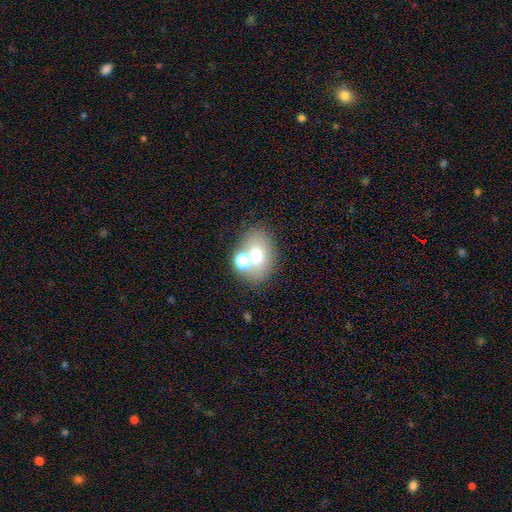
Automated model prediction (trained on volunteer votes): This is likely a smooth galaxy (64%). How rounded: likely in between (63%). Merging: possibly none (59%).